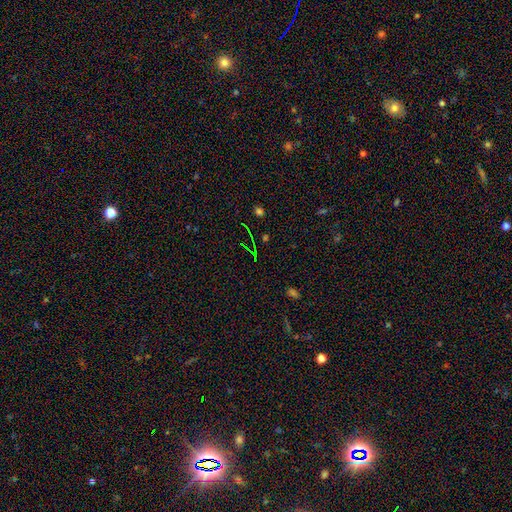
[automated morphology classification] A star or artifact, not a galaxy (71%).